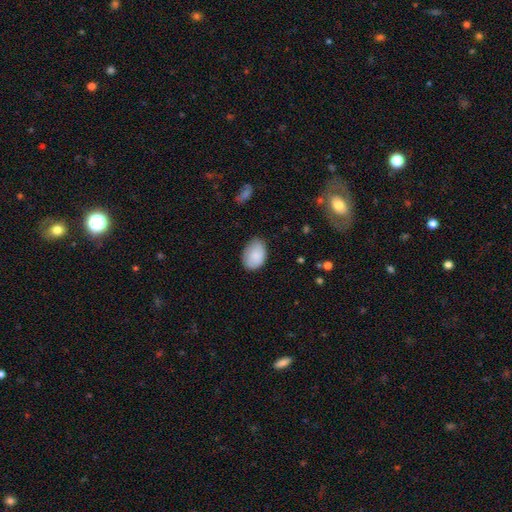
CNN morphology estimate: Smooth or featured: smooth — 85% (featured or disk — 8%)
How rounded: in between — 85% (round — 14%)
Merging: none — 71% (minor disturbance — 23%)